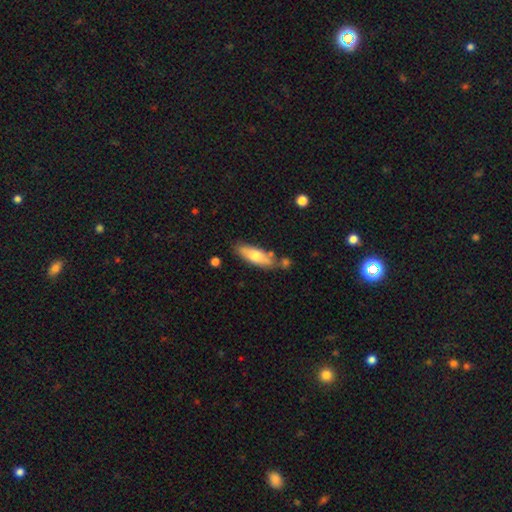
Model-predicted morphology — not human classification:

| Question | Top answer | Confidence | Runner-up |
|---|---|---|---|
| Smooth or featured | smooth | 65% | featured or disk (29%) |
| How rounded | in between | 60% | cigar-shaped (38%) |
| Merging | none | 70% | minor disturbance (17%) |